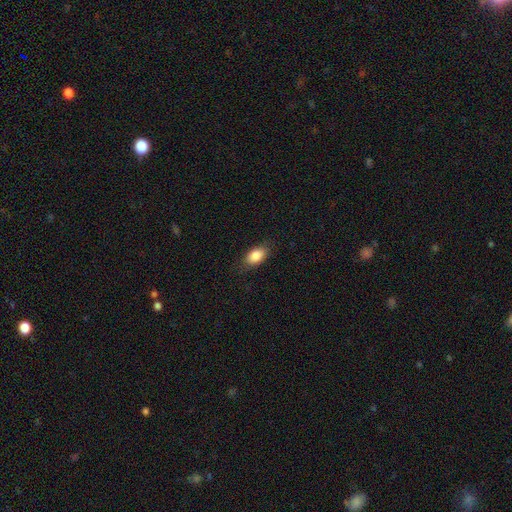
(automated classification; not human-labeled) This is clearly a smooth galaxy (85%). How rounded: clearly in between (89%). Merging: clearly none (82%).